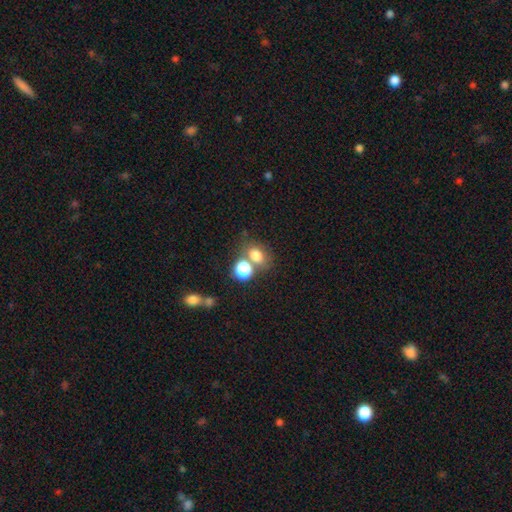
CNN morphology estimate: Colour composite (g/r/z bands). It shows a smooth galaxy with no disk features (75%) that is in between round and cigar-shaped (51%). Merging: none (57%).